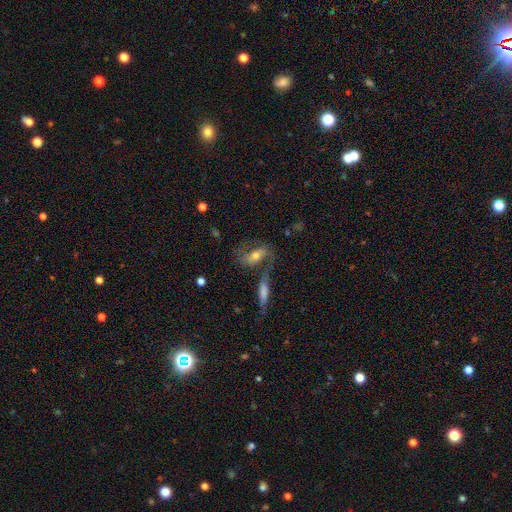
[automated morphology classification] Q: Smooth or featured?
A: featured or disk (59%); runner-up: smooth (32%)
Q: Edge-on disk?
A: no (84%); runner-up: yes (16%)
Q: Merging?
A: none (44%); runner-up: merger (27%)